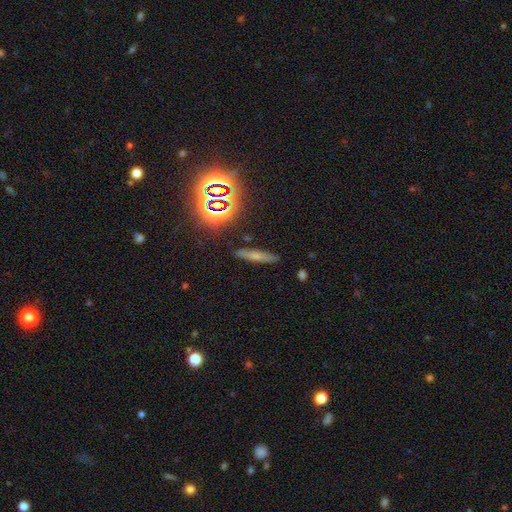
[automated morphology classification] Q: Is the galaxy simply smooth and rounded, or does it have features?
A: smooth — 57%.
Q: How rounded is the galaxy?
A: cigar-shaped — 83%.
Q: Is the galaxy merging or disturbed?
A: none — 85%.